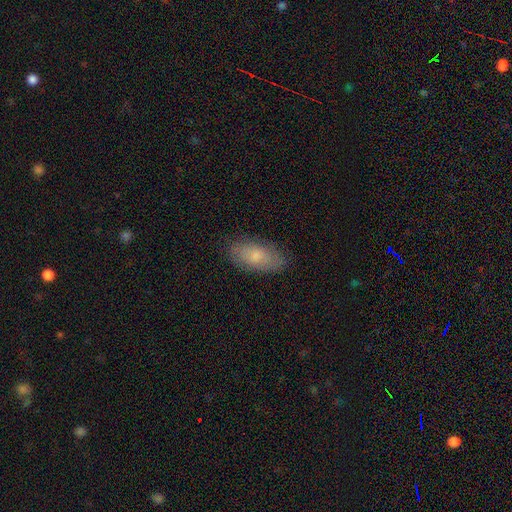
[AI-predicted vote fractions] Smooth or featured? smooth (73%)
How rounded? in between (91%)
Merging? none (81%)